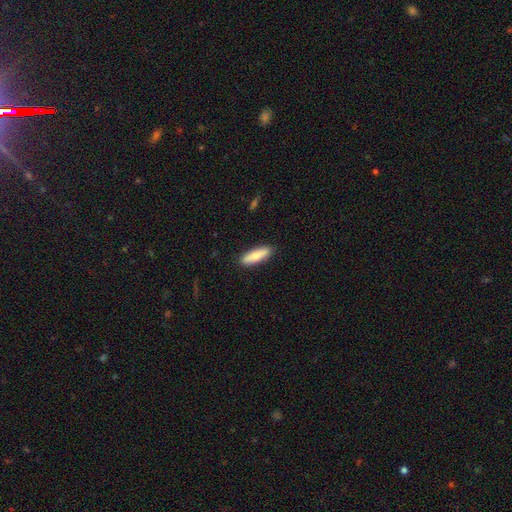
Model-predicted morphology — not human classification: smooth_or_featured: smooth (p=0.81) [alt: featured or disk p=0.14]
how_rounded: cigar-shaped (p=0.61) [alt: in between p=0.37]
merging: none (p=0.89) [alt: minor disturbance p=0.08]